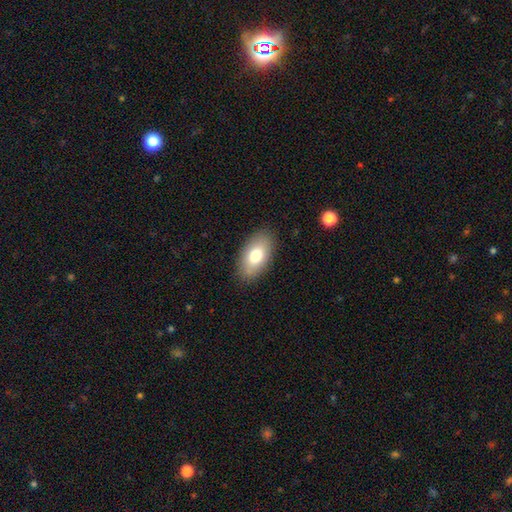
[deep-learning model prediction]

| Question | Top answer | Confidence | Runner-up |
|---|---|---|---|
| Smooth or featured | smooth | 76% | featured or disk (17%) |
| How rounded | in between | 93% | round (5%) |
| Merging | none | 86% | minor disturbance (10%) |